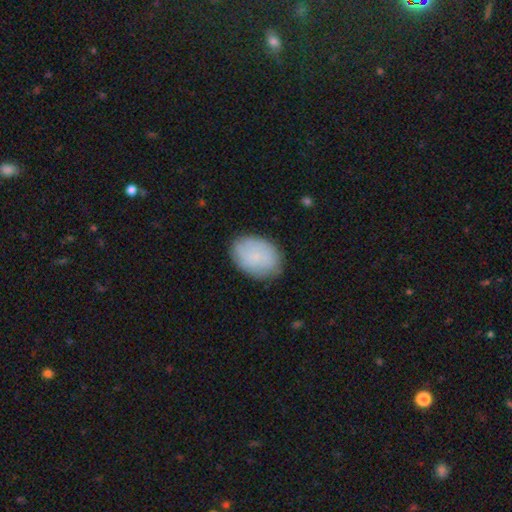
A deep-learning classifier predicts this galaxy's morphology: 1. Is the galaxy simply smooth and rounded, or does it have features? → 75% smooth, 18% featured or disk, 7% star or artifact.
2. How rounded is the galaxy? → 79% in between, 20% round, 1% cigar-shaped.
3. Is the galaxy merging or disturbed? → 79% none, 16% minor disturbance, 4% major disturbance, 1% merger.